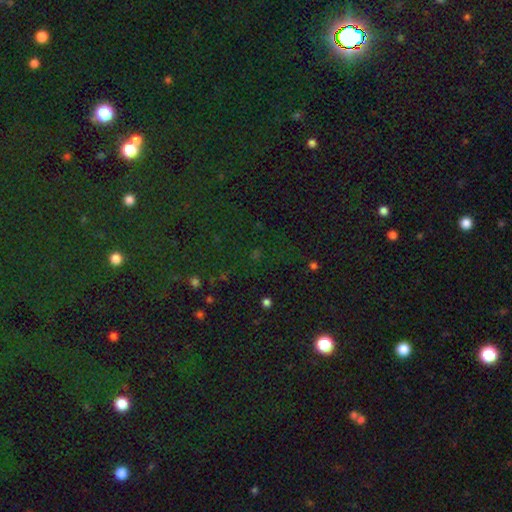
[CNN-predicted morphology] This appears to be a star or artifact, not a galaxy (78%).